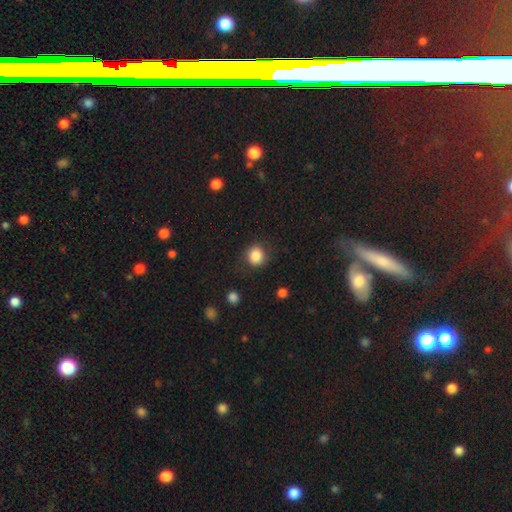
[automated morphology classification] This is clearly a smooth galaxy (85%). How rounded: clearly round (86%). Merging: likely none (80%).